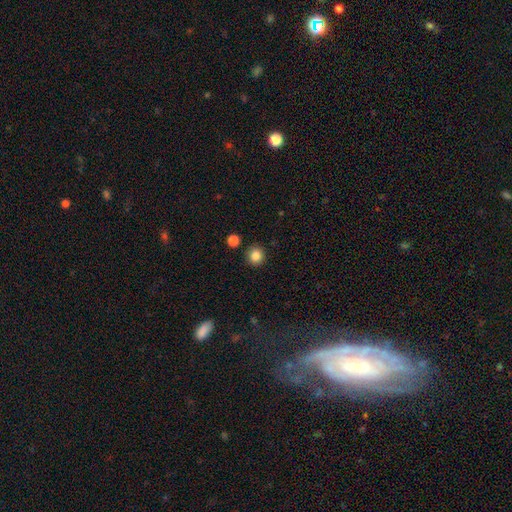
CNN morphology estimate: Smooth or featured? smooth (85%)
How rounded? round (90%)
Merging? none (89%)